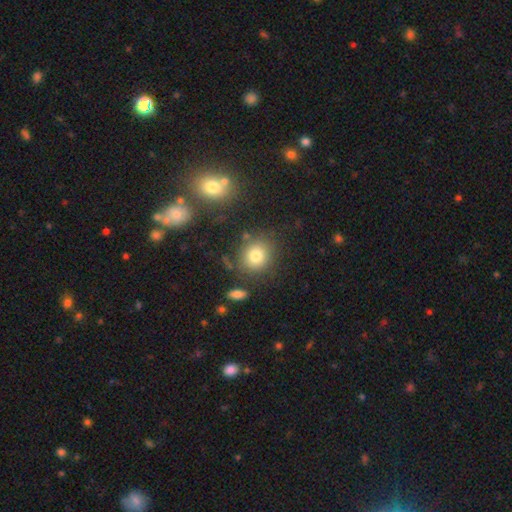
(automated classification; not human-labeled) Morphology: type=smooth (78%); roundness=round (79%); merging=none (80%).